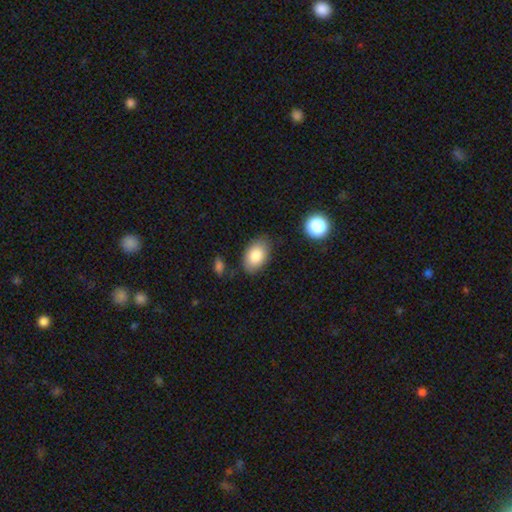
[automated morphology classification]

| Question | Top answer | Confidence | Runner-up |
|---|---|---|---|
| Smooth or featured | smooth | 83% | featured or disk (9%) |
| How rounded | in between | 89% | round (10%) |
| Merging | none | 80% | minor disturbance (14%) |